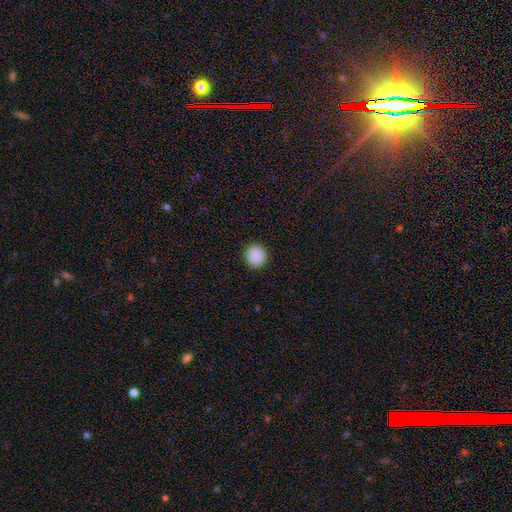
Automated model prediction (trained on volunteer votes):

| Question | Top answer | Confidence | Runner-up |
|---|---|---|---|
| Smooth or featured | smooth | 89% | star or artifact (8%) |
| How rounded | round | 89% | in between (11%) |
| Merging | none | 91% | minor disturbance (6%) |